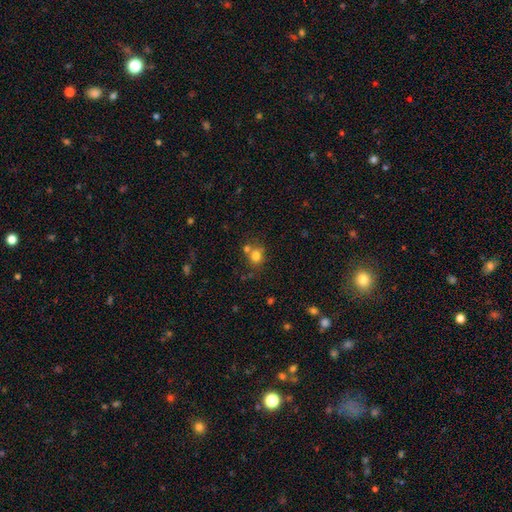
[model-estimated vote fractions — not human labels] The model was most divided on "merging": none: 58%, merger: 27%, minor disturbance: 10%, major disturbance: 4%. More confident: how rounded — round (79%); smooth or featured — smooth (77%).